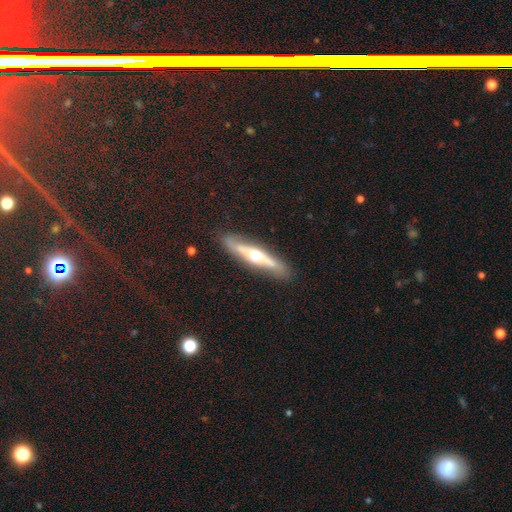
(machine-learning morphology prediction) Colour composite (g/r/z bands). It shows a featured or disk galaxy (64%) viewed edge-on (80%) with a rounded central bulge (91%). Merging: none (83%).